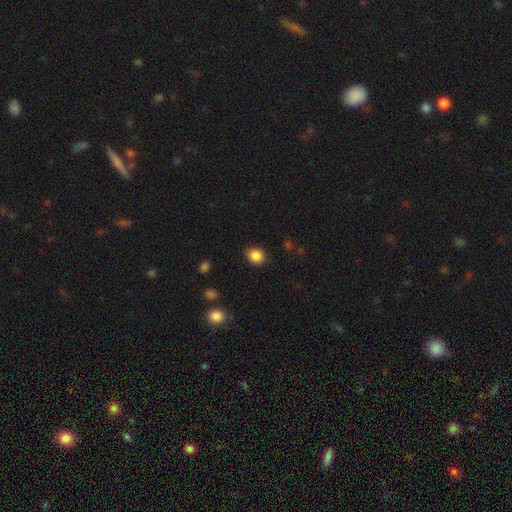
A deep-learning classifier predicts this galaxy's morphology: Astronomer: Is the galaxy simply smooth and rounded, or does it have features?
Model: smooth — 86%.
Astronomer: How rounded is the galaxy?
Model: round — 67%.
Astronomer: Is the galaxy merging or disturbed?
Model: none — 86%.